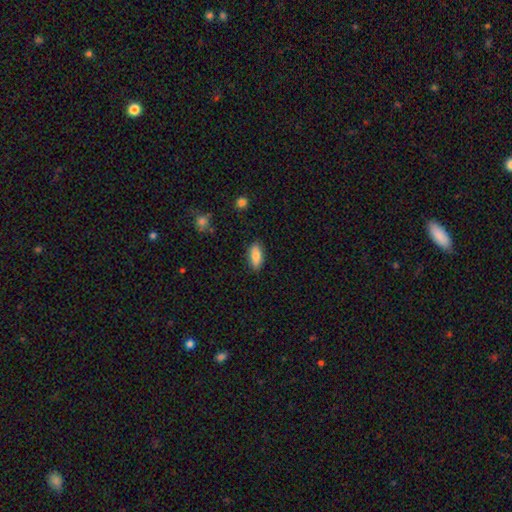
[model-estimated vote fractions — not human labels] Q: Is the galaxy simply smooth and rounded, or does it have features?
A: smooth — 85%.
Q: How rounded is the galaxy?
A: in between — 85%.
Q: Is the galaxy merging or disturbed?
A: none — 85%.